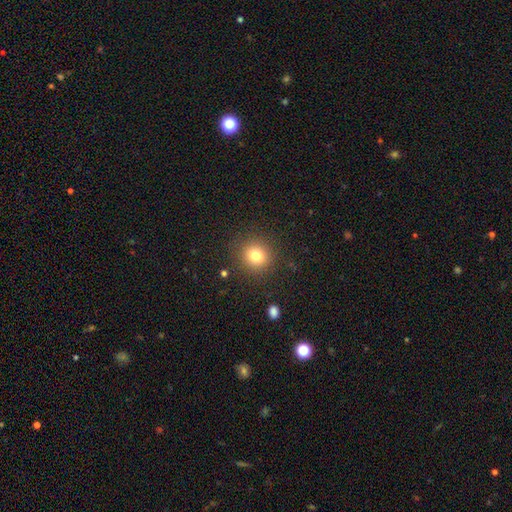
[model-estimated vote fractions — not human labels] A smooth galaxy with no disk features (79%) that is round (91%).

Vote fractions:
- Smooth or featured? smooth: 79% / star or artifact: 13% / featured or disk: 8%
- How rounded? round: 91% / in between: 8% / cigar-shaped: 1%
- Merging? none: 89% / minor disturbance: 7% / major disturbance: 3% / merger: 1%